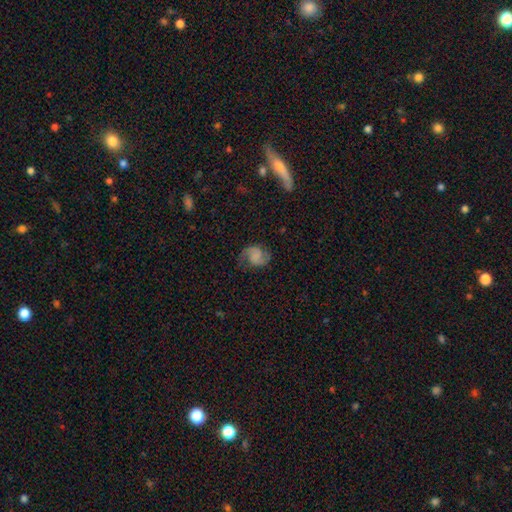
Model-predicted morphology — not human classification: Smooth or featured: featured or disk — 69% (smooth — 22%)
Edge-on disk: no — 98% (yes — 2%)
Bar: no — 60% (weak — 32%)
Spiral arms: yes — 95% (no — 5%)
Spiral winding: medium — 48% (loose — 34%)
Spiral arm count: 2 — 91% (can't tell — 3%)
Bulge size: none — 61% (small — 16%)
Merging: none — 72% (minor disturbance — 18%)